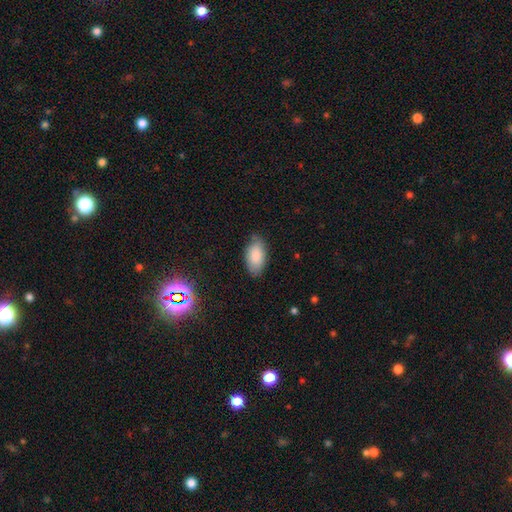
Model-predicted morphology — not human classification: Overall: smooth (85%). How rounded: in between (94%). Merging: none (77%).